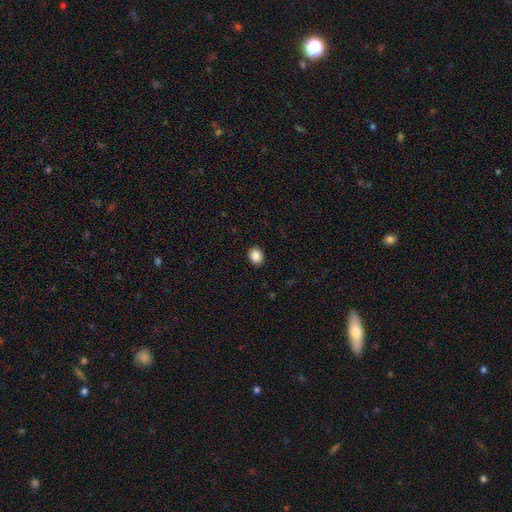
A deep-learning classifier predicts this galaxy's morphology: type=smooth (87%); roundness=round (53%); merging=none (91%).